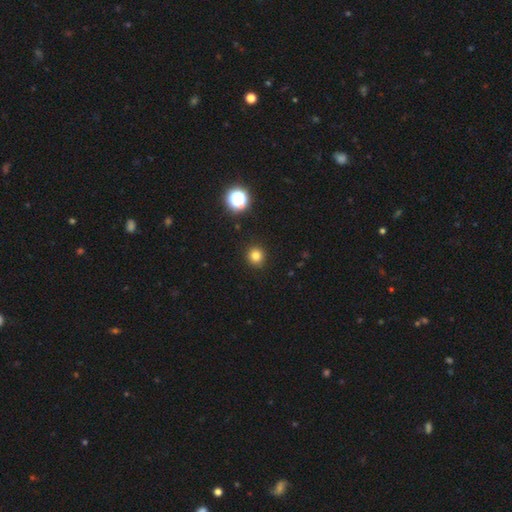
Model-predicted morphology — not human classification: This is likely a smooth galaxy (80%). How rounded: clearly round (92%). Merging: clearly none (92%).